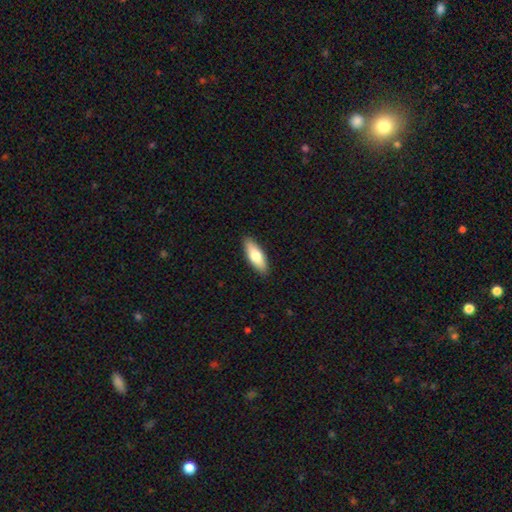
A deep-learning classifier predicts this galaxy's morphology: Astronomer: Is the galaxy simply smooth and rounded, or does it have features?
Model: smooth — 70%.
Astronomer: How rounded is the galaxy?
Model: in between — 62%.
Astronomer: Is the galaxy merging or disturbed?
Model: none — 90%.